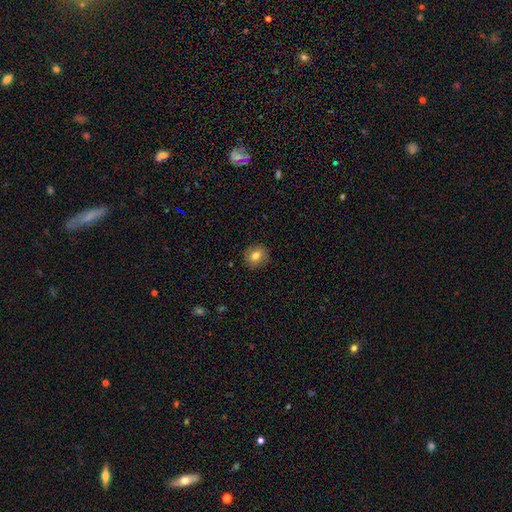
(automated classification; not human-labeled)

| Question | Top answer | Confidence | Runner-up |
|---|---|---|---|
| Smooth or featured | smooth | 75% | featured or disk (16%) |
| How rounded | round | 76% | in between (23%) |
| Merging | none | 88% | minor disturbance (9%) |